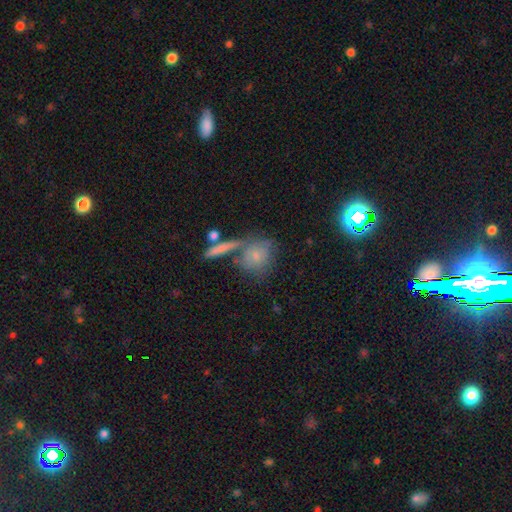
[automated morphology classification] Smooth or featured? Predicted: smooth (p=0.69). How rounded? Predicted: round (p=0.68). Merging? Predicted: none (p=0.48).